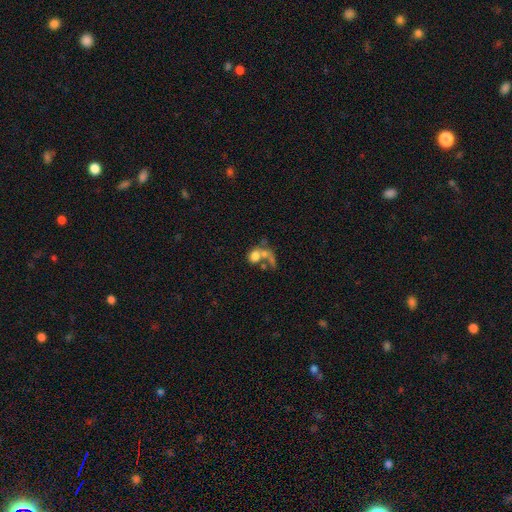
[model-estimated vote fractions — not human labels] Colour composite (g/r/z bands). It shows a smooth galaxy with no disk features (61%) that is round (49%, tied with in between). Merging: merger (53%).